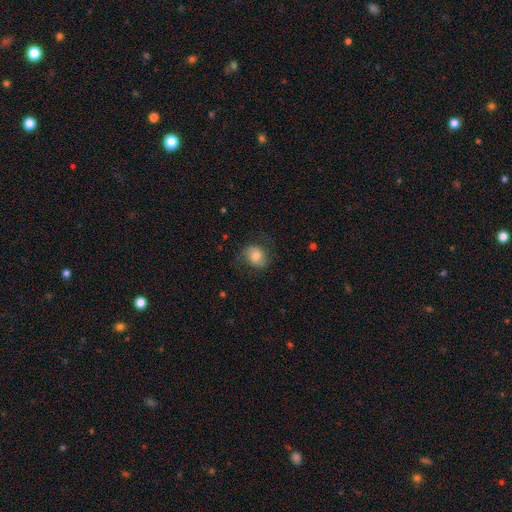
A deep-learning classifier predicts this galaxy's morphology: This appears to be a smooth galaxy with no disk features (59%) that is round (59%). Merging: none (67%).